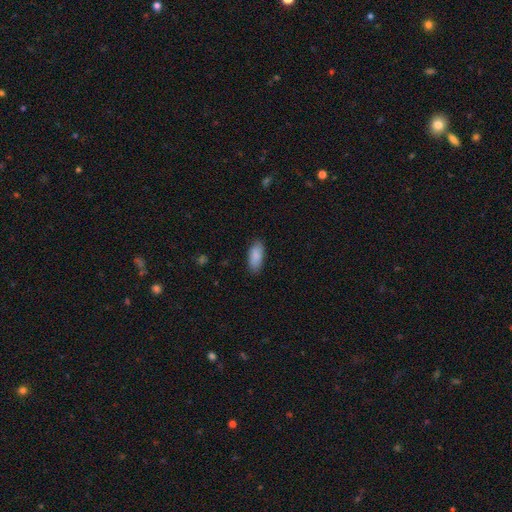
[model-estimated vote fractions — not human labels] Smooth or featured? smooth (89%)
How rounded? in between (84%)
Merging? none (85%)